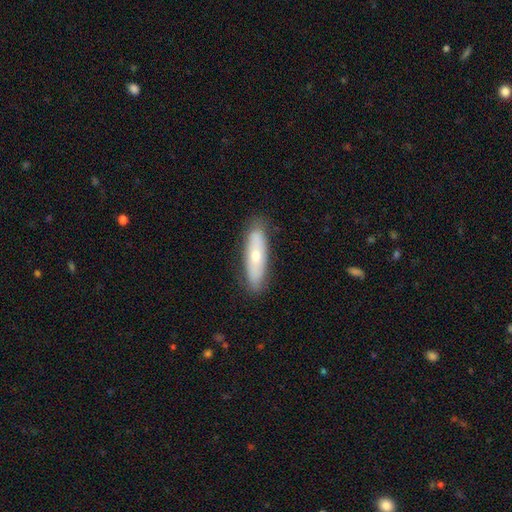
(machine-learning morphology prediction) This is possibly a smooth galaxy (53%). How rounded: likely cigar-shaped (61%). Merging: clearly none (84%).